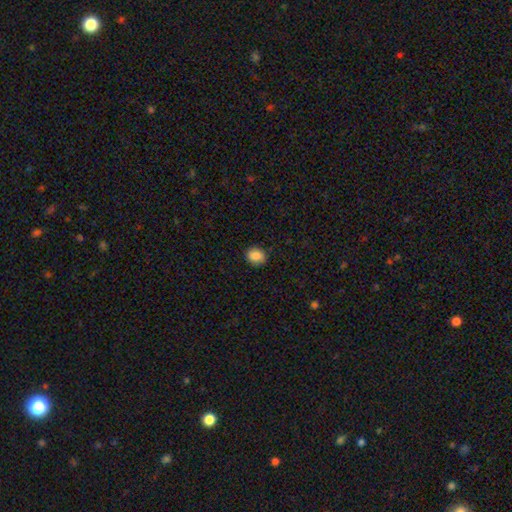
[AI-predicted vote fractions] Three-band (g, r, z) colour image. It shows a smooth galaxy with no disk features (87%) that is round (63%). Merging: none (88%).